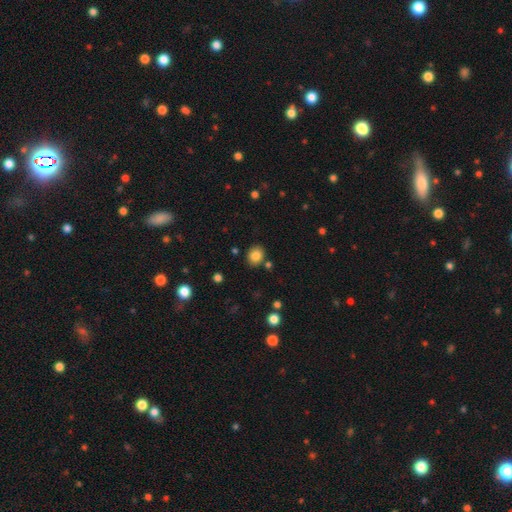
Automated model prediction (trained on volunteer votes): A smooth galaxy with no disk features (83%) that is round (63%).

Vote fractions:
- Smooth or featured? smooth: 83% / star or artifact: 10% / featured or disk: 6%
- How rounded? round: 63% / in between: 36% / cigar-shaped: 1%
- Merging? none: 84% / minor disturbance: 9% / merger: 5% / major disturbance: 3%